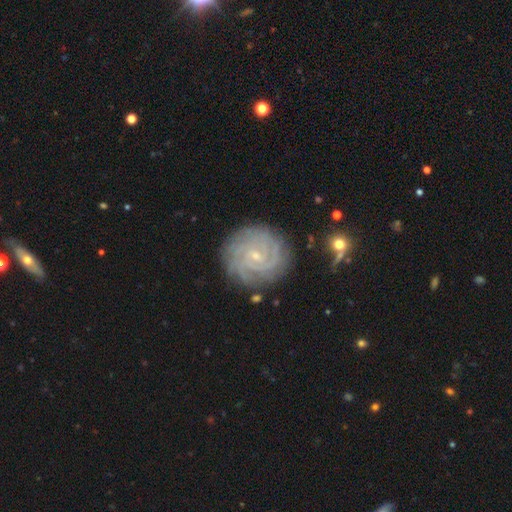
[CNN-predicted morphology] Smooth or featured?
  - featured or disk: 84% *
  - smooth: 8%
  - star or artifact: 8%
Edge-on disk?
  - no: 97% *
  - yes: 3%
Bar?
  - no: 53% *
  - weak: 38%
  - strong: 9%
Spiral arms?
  - yes: 98% *
  - no: 2%
Spiral winding?
  - tight: 81% *
  - medium: 16%
  - loose: 3%
Spiral arm count?
  - can't tell: 25% *
  - 4: 21%
  - 3: 19%
  - 2: 17%
  - more than 4: 10%
  - 1: 7%
Bulge size?
  - small: 80% *
  - moderate: 15%
  - none: 2%
  - large: 1%
  - dominant: 1%
Merging?
  - none: 83% *
  - minor disturbance: 12%
  - major disturbance: 3%
  - merger: 2%